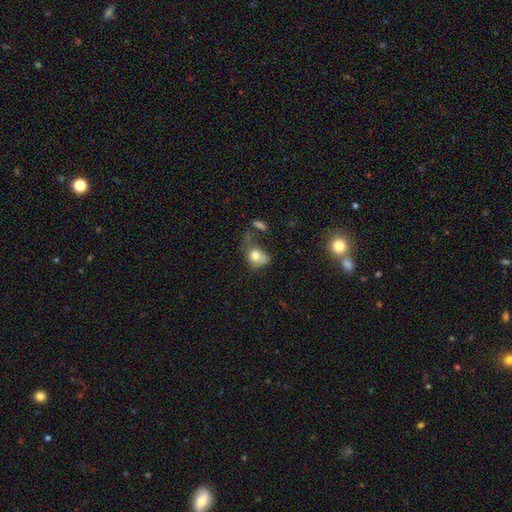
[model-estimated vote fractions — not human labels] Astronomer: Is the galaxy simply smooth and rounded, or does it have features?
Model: smooth — 72%.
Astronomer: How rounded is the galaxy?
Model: in between — 63%.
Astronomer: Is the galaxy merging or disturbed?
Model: major disturbance — 40% (runner-up: minor disturbance, 22%).